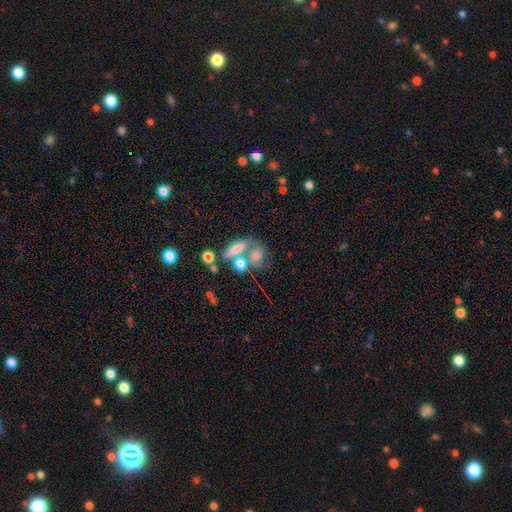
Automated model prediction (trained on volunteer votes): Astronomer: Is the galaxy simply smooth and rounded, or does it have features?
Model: smooth — 52% (runner-up: featured or disk, 36%).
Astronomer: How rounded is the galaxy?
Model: in between — 51% (runner-up: round, 38%).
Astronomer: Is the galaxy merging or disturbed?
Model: merger — 46% (runner-up: none, 31%).